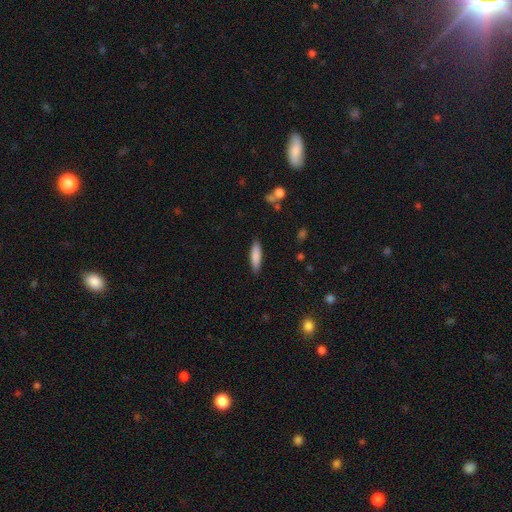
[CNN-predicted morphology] smooth_or_featured: smooth (p=0.84) [alt: featured or disk p=0.10]
how_rounded: cigar-shaped (p=0.67) [alt: in between p=0.31]
merging: none (p=0.88) [alt: minor disturbance p=0.09]